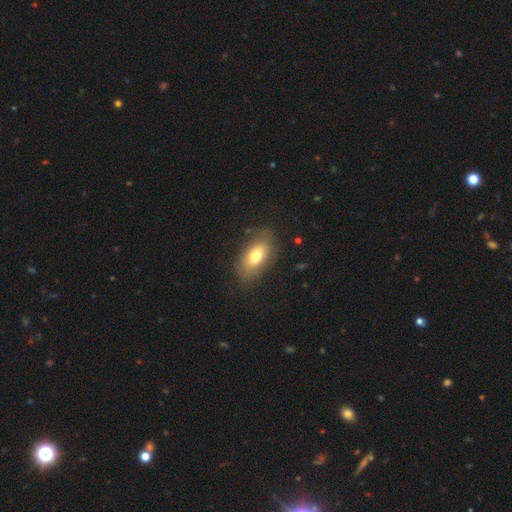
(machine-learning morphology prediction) This is likely a smooth galaxy (73%). How rounded: clearly in between (88%). Merging: likely none (78%).